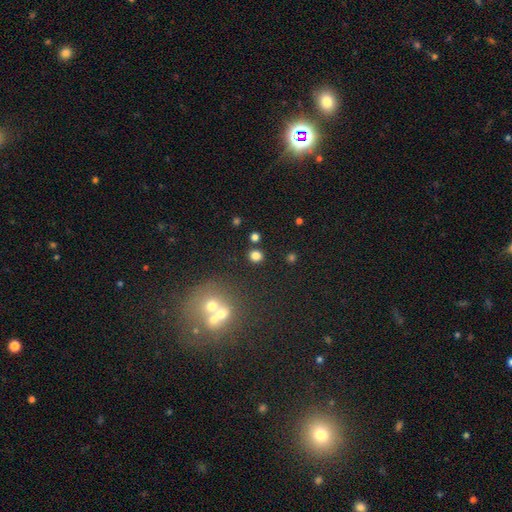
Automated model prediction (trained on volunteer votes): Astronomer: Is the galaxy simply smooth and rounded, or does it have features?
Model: smooth — 78%.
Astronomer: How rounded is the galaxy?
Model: round — 81%.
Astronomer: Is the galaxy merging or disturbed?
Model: none — 81%.